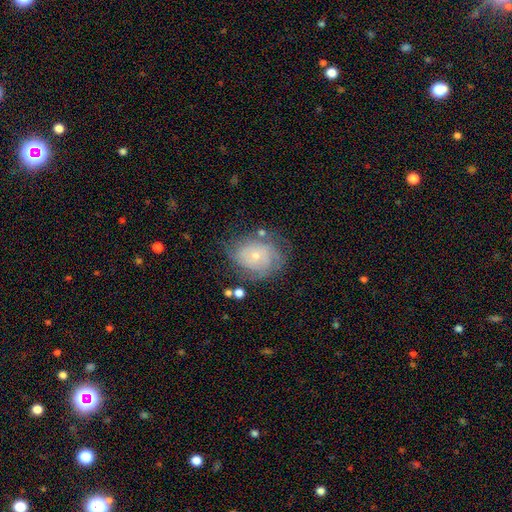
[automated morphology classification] A featured or disk galaxy (64%) with no bar (83%), tight (66%) spiral arms (80%) and a small central bulge (68%). Merging: none (61%).